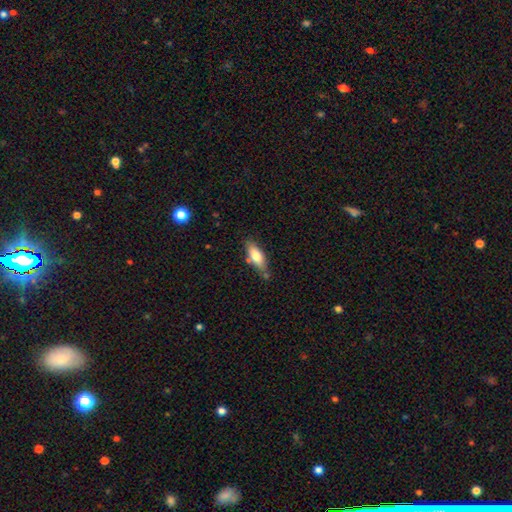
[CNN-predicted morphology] A smooth galaxy with no disk features (72%) that is in between round and cigar-shaped (66%). Merging: none (69%).